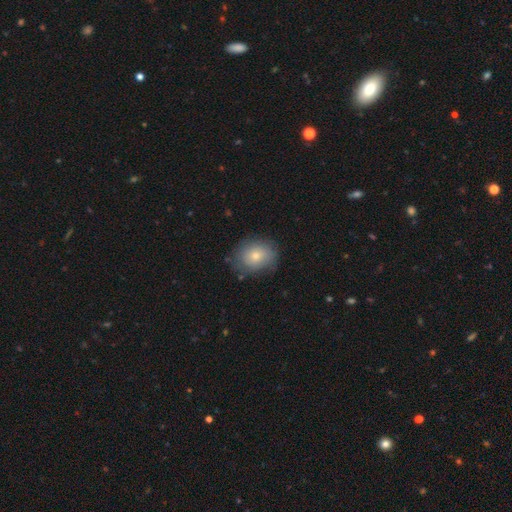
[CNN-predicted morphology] This appears to be a smooth galaxy with no disk features (75%) that is round (52%). Merging: none (75%).